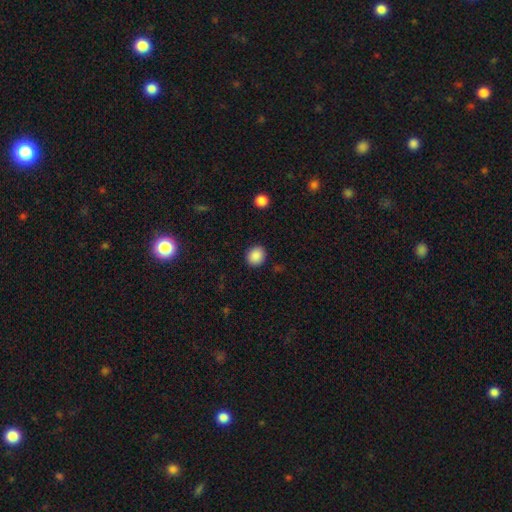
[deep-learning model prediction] smooth 89%, star or artifact 9%, featured or disk 3%. Down the decision tree: how rounded — round (76%); merging — none (90%).